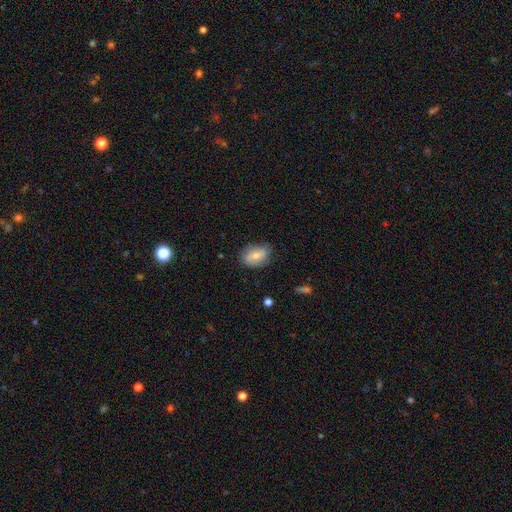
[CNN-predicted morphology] The model was most divided on "smooth or featured": smooth: 65%, featured or disk: 28%, star or artifact: 7%. More confident: how rounded — in between (84%); merging — none (72%).